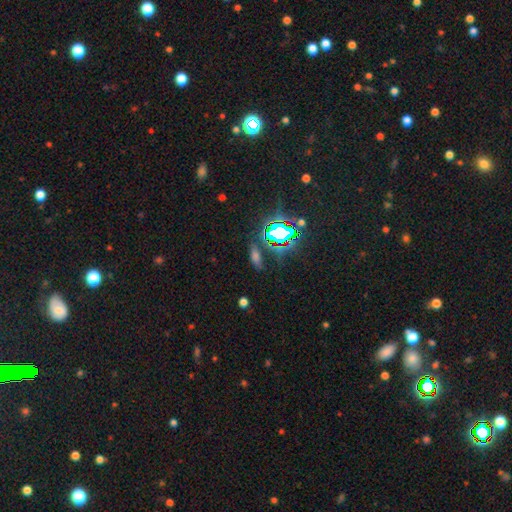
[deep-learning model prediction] A star or artifact, not a galaxy (43%).